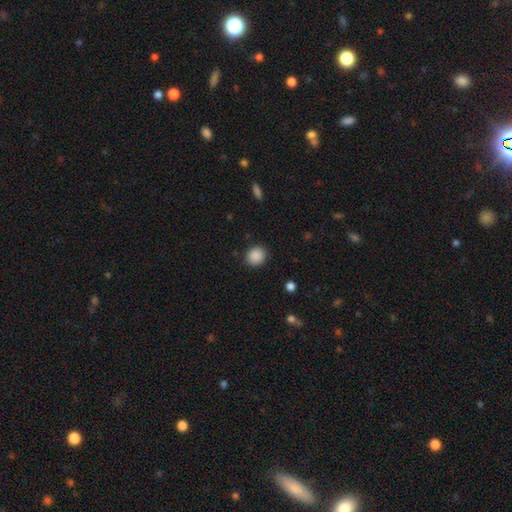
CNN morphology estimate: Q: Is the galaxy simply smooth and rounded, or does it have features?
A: smooth — 89%.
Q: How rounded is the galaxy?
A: round — 85%.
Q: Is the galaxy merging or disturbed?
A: none — 89%.